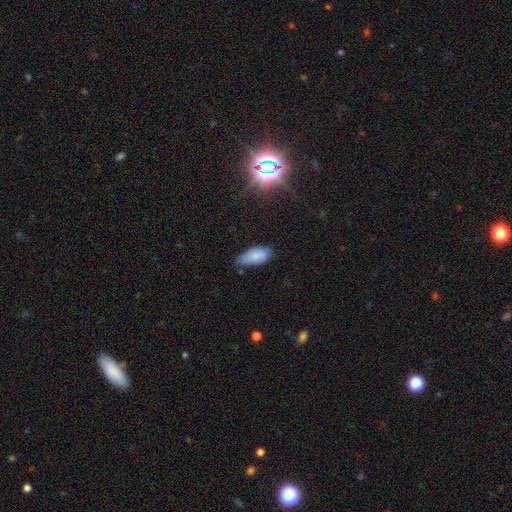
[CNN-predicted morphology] Overall: smooth (79%). How rounded: in between (91%). Merging: none (58%; minor disturbance 34%).